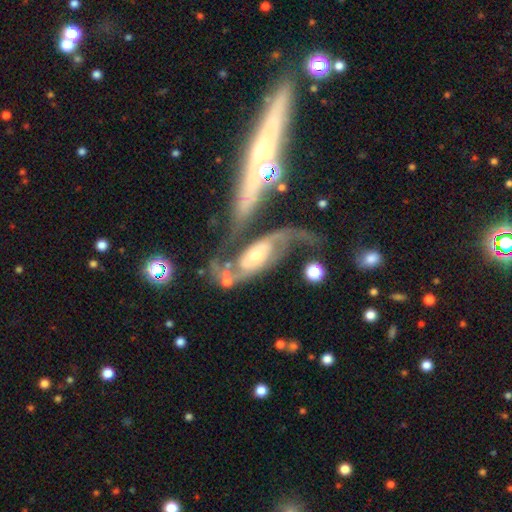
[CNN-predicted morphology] featured or disk 87%, smooth 8%, star or artifact 5%. Down the decision tree: edge-on disk — no (92%); bar — no (50%); spiral arms — yes (95%); spiral arm count — 2 (87%); spiral winding — loose (41%); bulge size — moderate (55%); merging — none (41%).